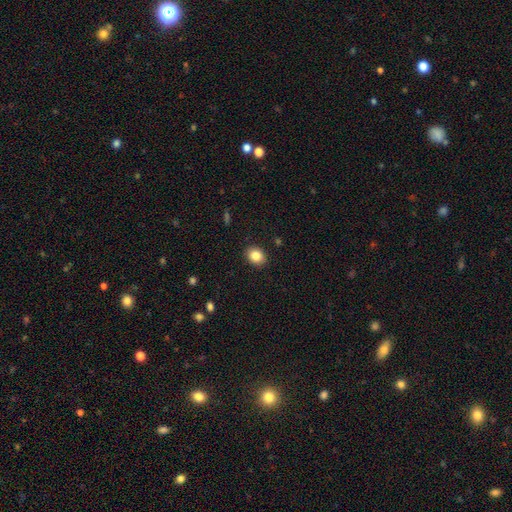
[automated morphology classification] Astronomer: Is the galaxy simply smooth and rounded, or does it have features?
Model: smooth — 85%.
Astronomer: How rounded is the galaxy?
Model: in between — 53% (runner-up: round, 46%).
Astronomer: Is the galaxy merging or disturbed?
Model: none — 90%.